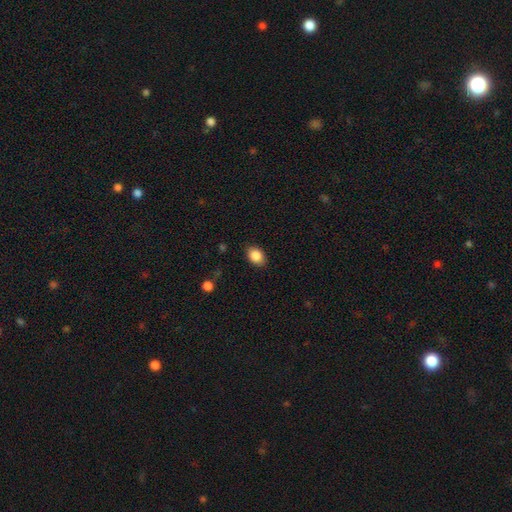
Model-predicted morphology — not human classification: A smooth galaxy with no disk features (86%) that is in between round and cigar-shaped (76%). Merging: none (86%).